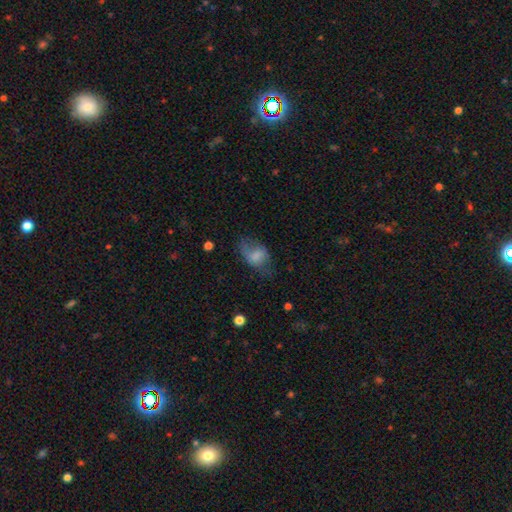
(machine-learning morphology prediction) Smooth or featured? Predicted: smooth (p=0.67). How rounded? Predicted: in between (p=0.84). Merging? Predicted: none (p=0.42).